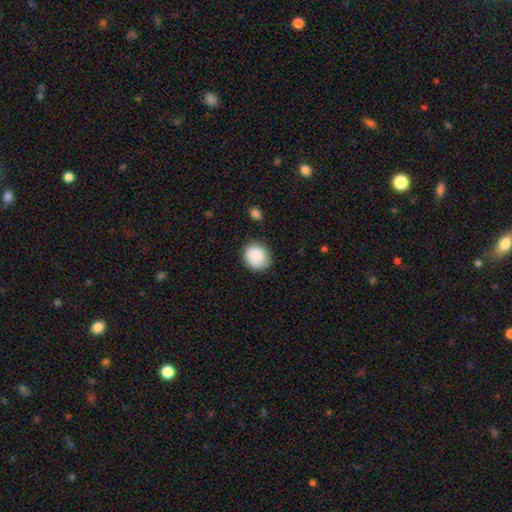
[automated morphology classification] smooth 88%, star or artifact 7%, featured or disk 4%. Down the decision tree: how rounded — round (76%); merging — none (81%).